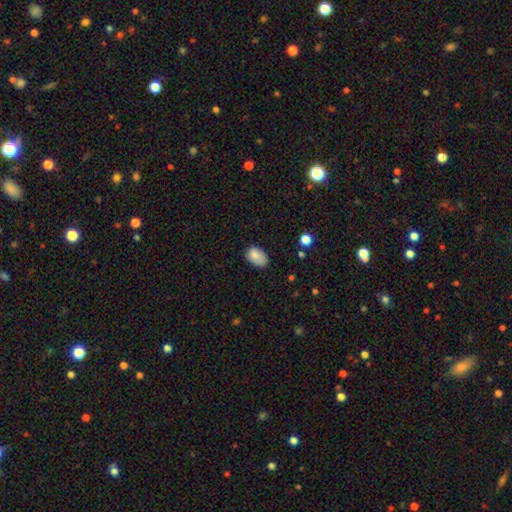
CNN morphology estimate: Smooth or featured: smooth — 83% (featured or disk — 8%)
How rounded: in between — 87% (round — 12%)
Merging: none — 66% (minor disturbance — 27%)